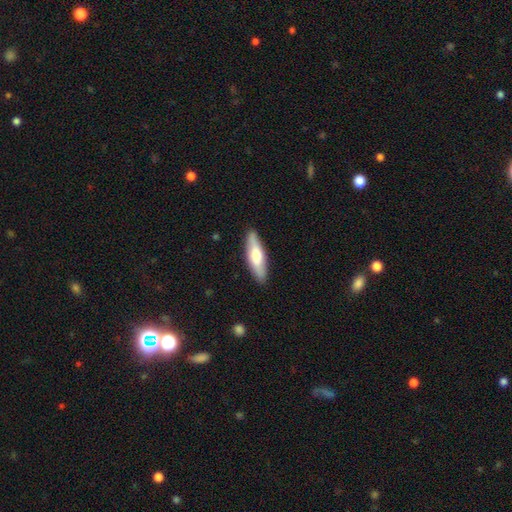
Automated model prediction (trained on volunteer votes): The model was most divided on "how rounded": cigar-shaped: 55%, in between: 43%, round: 2%. More confident: merging — none (88%); smooth or featured — smooth (62%).